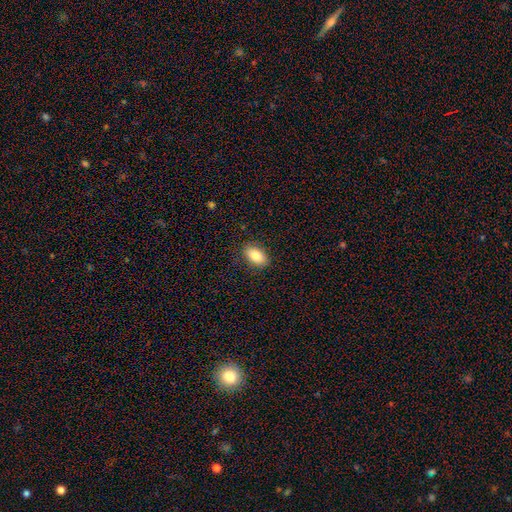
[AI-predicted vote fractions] A smooth galaxy with no disk features (84%) that is in between round and cigar-shaped (91%).

Vote fractions:
- Smooth or featured? smooth: 84% / featured or disk: 9% / star or artifact: 8%
- How rounded? in between: 91% / round: 6% / cigar-shaped: 3%
- Merging? none: 86% / minor disturbance: 10% / major disturbance: 3% / merger: 1%